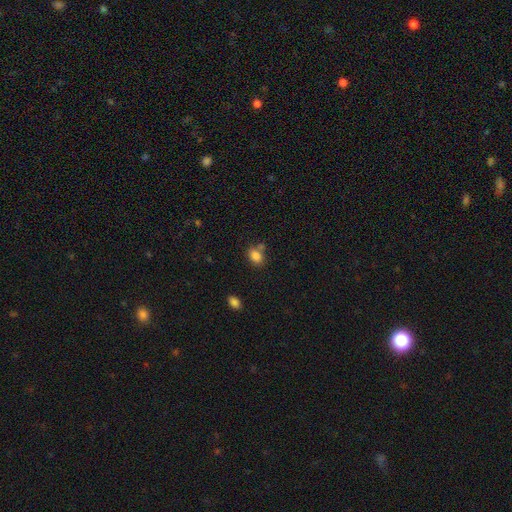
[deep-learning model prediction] This is clearly a smooth galaxy (84%). How rounded: likely in between (68%). Merging: likely none (60%).